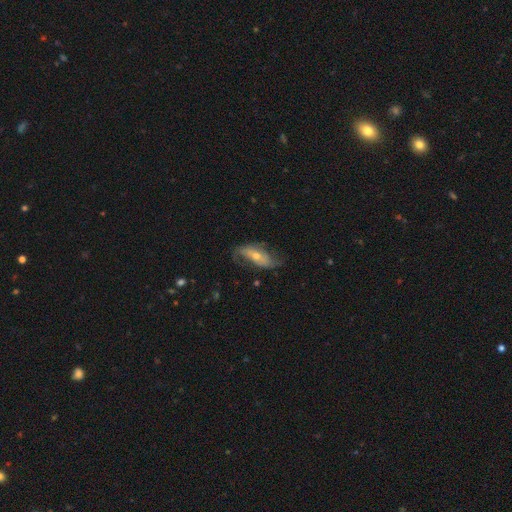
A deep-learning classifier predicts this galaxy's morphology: A featured or disk galaxy (69%) with no bar (50%), spiral arms (84%) and a moderate central bulge (47%, tied with small).

Vote fractions:
- Smooth or featured? featured or disk: 69% / smooth: 23% / star or artifact: 8%
- Edge-on disk? no: 86% / yes: 14%
- Bar? no: 50% / weak: 29% / strong: 21%
- Spiral arms? yes: 84% / no: 16%
- Bulge size? moderate: 47% (tied) / small: 47% (tied) / large: 3% / none: 1% / dominant: 1%
- Merging? none: 63% / minor disturbance: 22% / major disturbance: 13% / merger: 2%